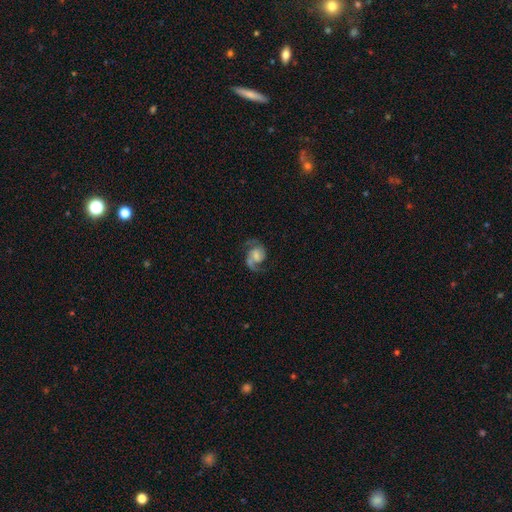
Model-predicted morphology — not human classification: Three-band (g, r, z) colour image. It shows a featured or disk galaxy (83%) with no bar (47%), 2 (83%) medium (52%) spiral arms (96%) and a small central bulge (31%). Merging: none (65%).